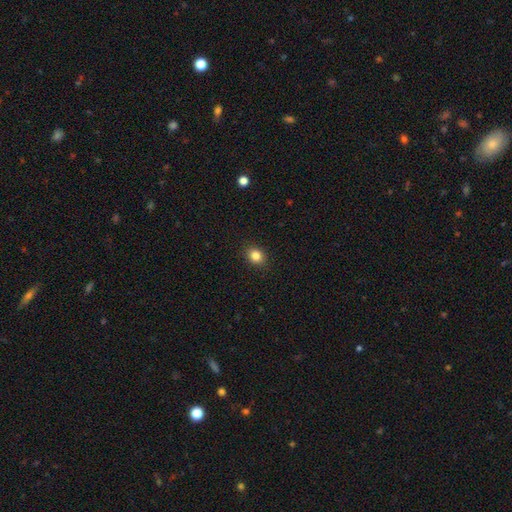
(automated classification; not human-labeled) Smooth or featured: smooth — 84% (star or artifact — 11%)
How rounded: round — 58% (in between — 41%)
Merging: none — 90% (minor disturbance — 7%)